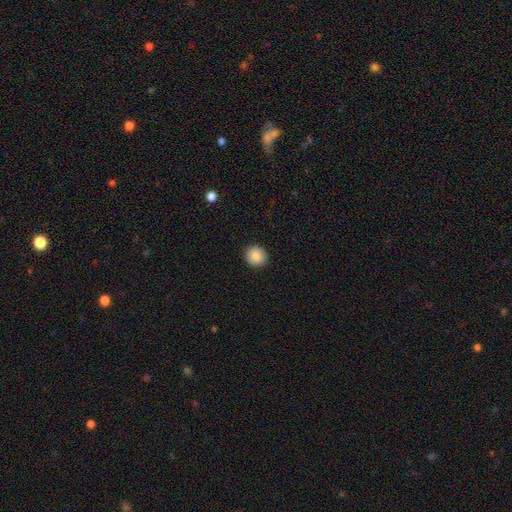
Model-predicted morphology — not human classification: This appears to be a smooth galaxy with no disk features (85%) that is round (92%). Merging: none (92%).